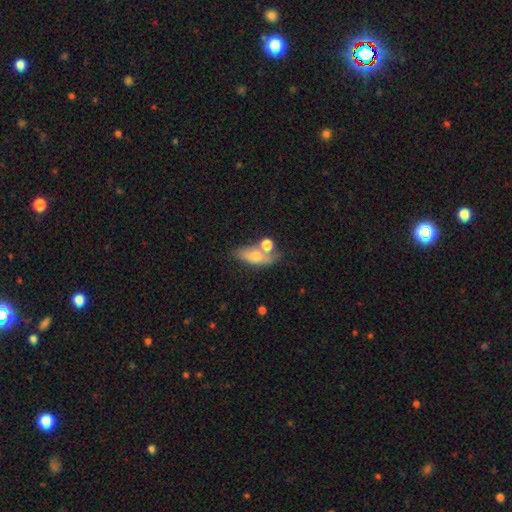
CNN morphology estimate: Q: Smooth or featured?
A: smooth (63%); runner-up: featured or disk (27%)
Q: How rounded?
A: in between (68%); runner-up: cigar-shaped (23%)
Q: Merging?
A: none (50%); runner-up: merger (25%)